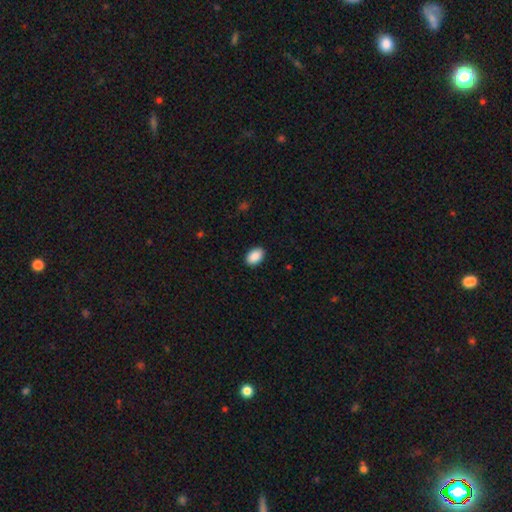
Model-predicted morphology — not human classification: type=smooth (91%); roundness=in between (90%); merging=none (90%).